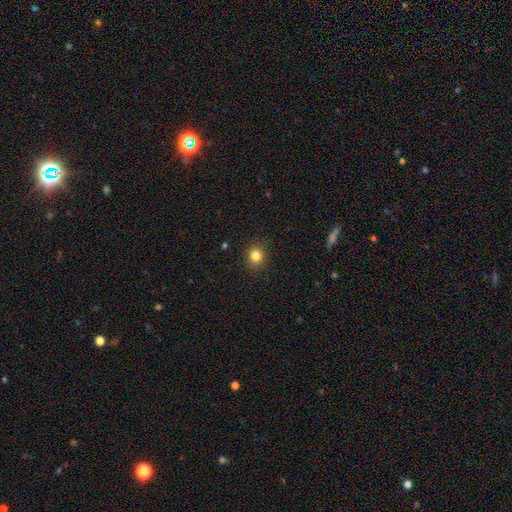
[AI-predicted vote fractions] Overall: smooth (83%). How rounded: round (69%; in between 30%). Merging: none (90%).